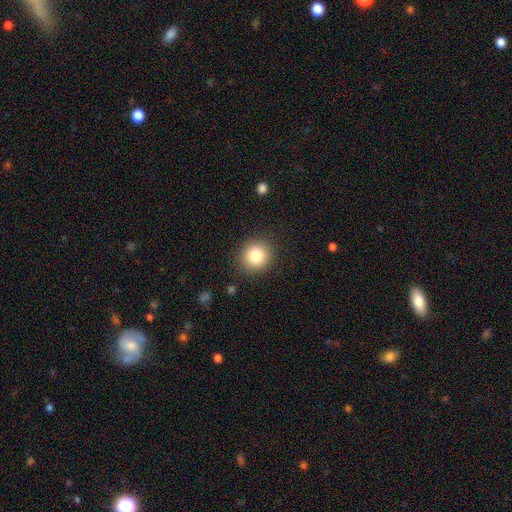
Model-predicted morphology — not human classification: smooth_or_featured: smooth (p=0.83) [alt: star or artifact p=0.10]
how_rounded: round (p=0.88) [alt: in between p=0.11]
merging: none (p=0.89) [alt: minor disturbance p=0.07]